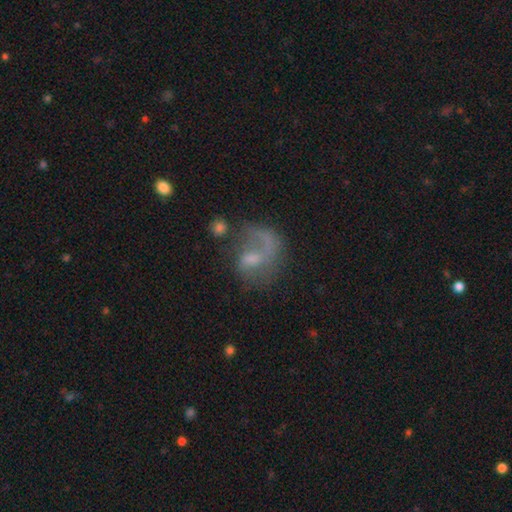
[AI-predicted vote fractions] A featured or disk galaxy (63%) with no bar (53%), spiral arms (71%) and a small central bulge (41%). Merging: major disturbance (37%, tied with none).